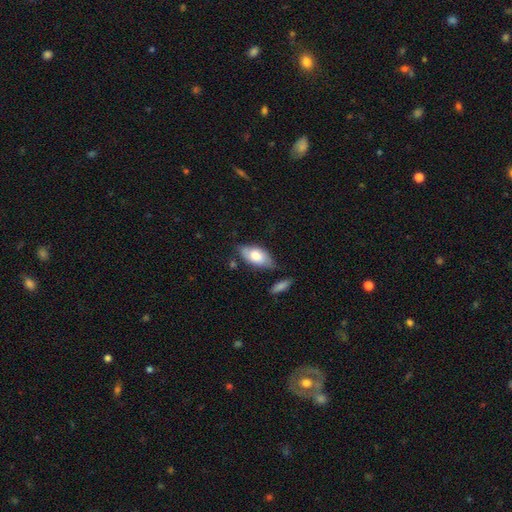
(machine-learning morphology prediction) smooth-or-featured: smooth: 70% | featured or disk: 24% | star or artifact: 6%
  how-rounded: in between: 91% | cigar-shaped: 6% | round: 3%
  merging: none: 63% | minor disturbance: 26% | major disturbance: 6% | merger: 5%